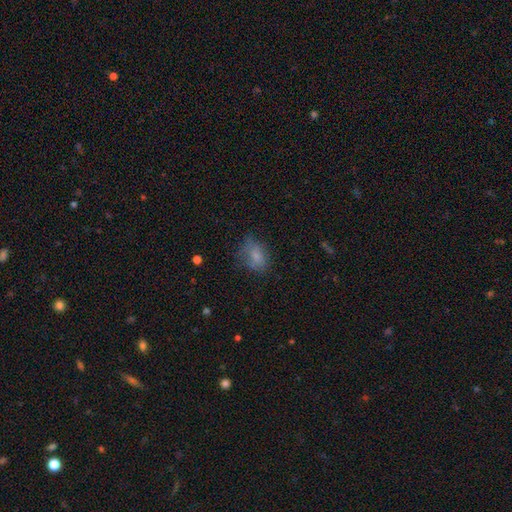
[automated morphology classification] Smooth or featured: smooth — 73% (featured or disk — 15%)
How rounded: in between — 77% (round — 21%)
Merging: none — 55% (minor disturbance — 28%)